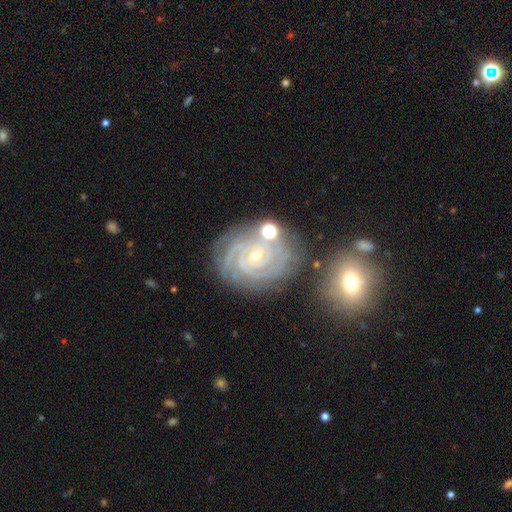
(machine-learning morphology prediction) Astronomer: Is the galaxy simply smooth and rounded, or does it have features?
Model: featured or disk — 88%.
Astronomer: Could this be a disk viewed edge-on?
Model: no — 98%.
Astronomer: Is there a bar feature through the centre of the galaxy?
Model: no — 61%.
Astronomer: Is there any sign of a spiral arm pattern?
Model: yes — 98%.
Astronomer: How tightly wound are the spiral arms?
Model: tight — 82%.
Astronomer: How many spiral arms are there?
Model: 3 — 28% (runner-up: 2, 21%).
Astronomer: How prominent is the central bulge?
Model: small — 76%.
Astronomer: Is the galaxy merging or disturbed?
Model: none — 72%.